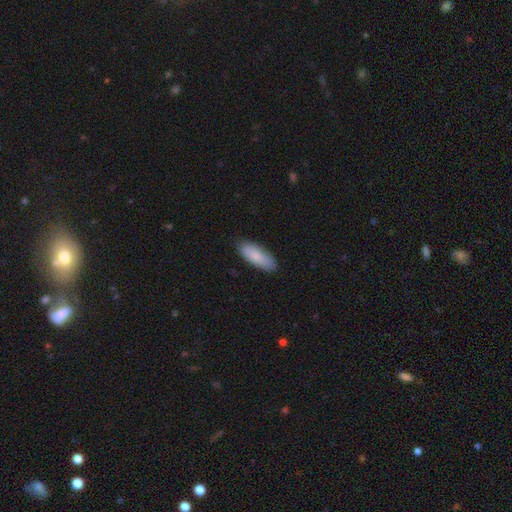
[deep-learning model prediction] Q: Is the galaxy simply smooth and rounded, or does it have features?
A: smooth — 83%.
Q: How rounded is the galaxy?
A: in between — 73%.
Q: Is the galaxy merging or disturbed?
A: none — 84%.